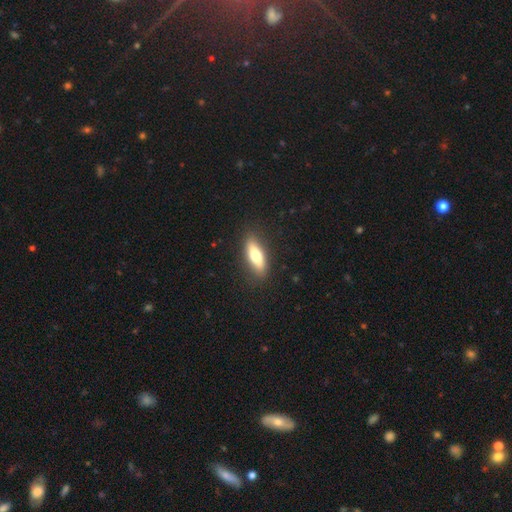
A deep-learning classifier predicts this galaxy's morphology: smooth_or_featured: smooth (p=0.70) [alt: featured or disk p=0.24]
how_rounded: in between (p=0.52) [alt: cigar-shaped p=0.46]
merging: none (p=0.86) [alt: minor disturbance p=0.11]